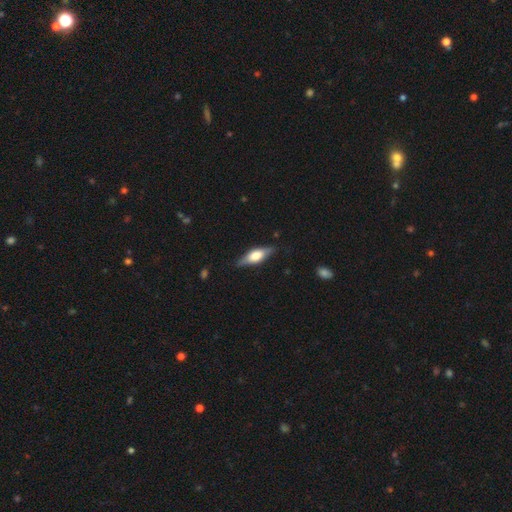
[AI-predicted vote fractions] featured or disk 51%, smooth 43%, star or artifact 6%. Down the decision tree: edge-on disk — yes (91%); merging — none (83%).